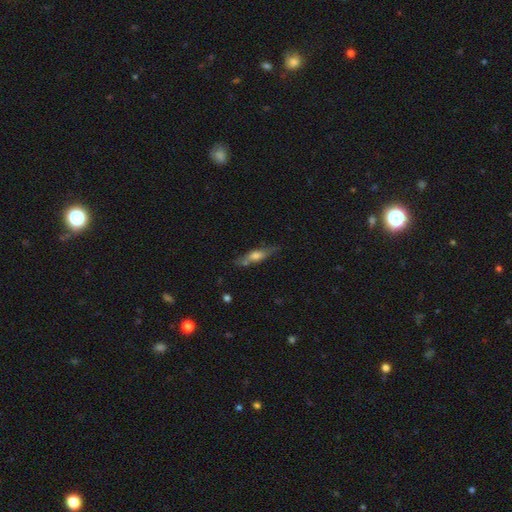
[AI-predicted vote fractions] Overall: featured or disk (47%; smooth 46%). Merging: none (69%).